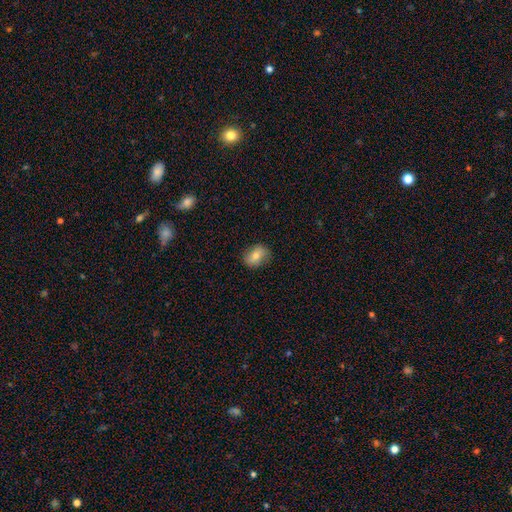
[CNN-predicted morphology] type=smooth (71%); roundness=in between (63%); merging=none (83%).